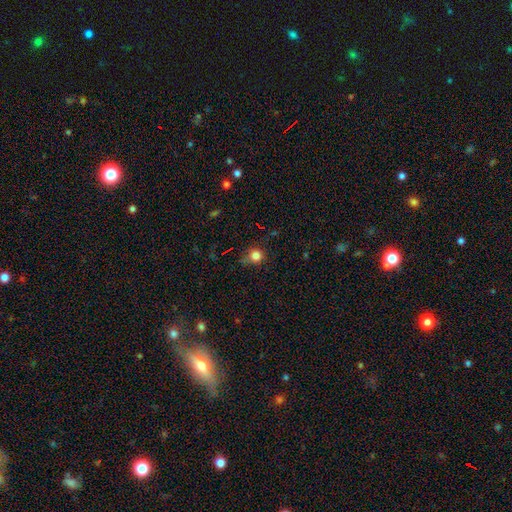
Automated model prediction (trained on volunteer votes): smooth_or_featured: smooth (p=0.81) [alt: star or artifact p=0.13]
how_rounded: round (p=0.86) [alt: in between p=0.13]
merging: none (p=0.70) [alt: minor disturbance p=0.22]